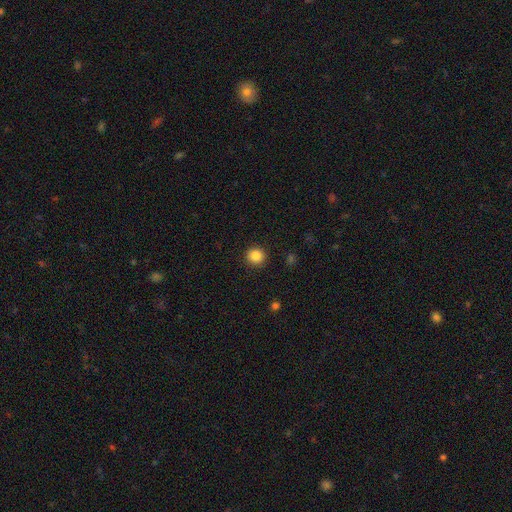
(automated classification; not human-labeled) This is clearly a smooth galaxy (86%). How rounded: clearly round (93%). Merging: clearly none (92%).